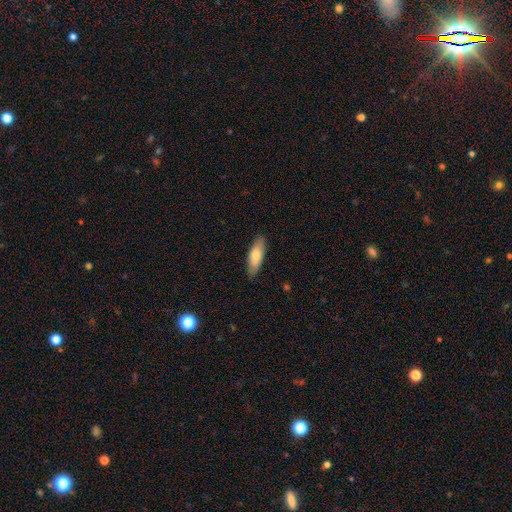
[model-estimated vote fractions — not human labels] This appears to be a smooth galaxy with no disk features (75%) that is in between round and cigar-shaped (59%). Merging: none (85%).